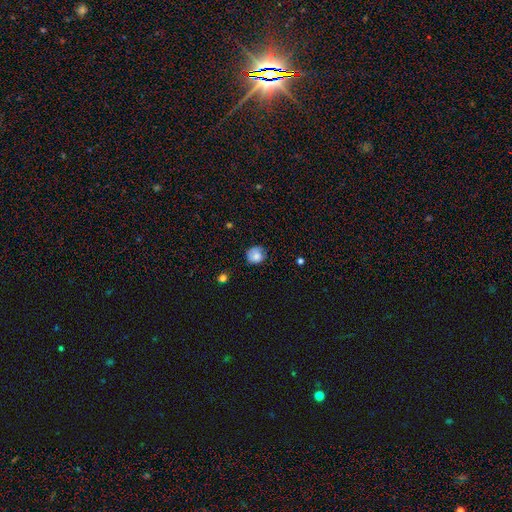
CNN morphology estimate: Smooth or featured? smooth (79%)
How rounded? round (84%)
Merging? none (67%)